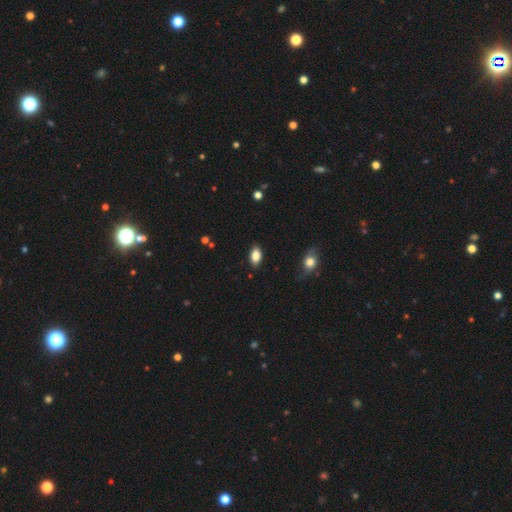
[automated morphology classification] Q: Smooth or featured?
A: smooth (85%); runner-up: star or artifact (8%)
Q: How rounded?
A: in between (91%); runner-up: round (6%)
Q: Merging?
A: none (85%); runner-up: minor disturbance (11%)